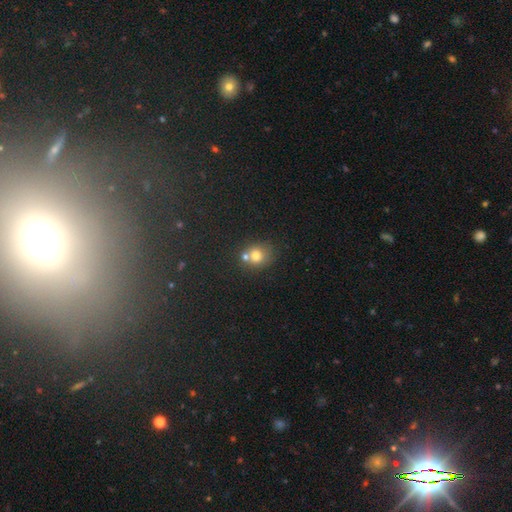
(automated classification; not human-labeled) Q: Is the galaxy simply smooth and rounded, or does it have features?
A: smooth — 74%.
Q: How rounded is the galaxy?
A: round — 77%.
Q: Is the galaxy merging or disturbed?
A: none — 47%.